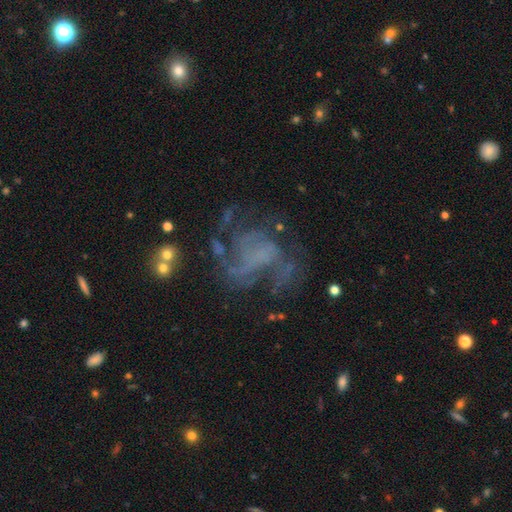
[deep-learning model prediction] Overall: featured or disk (71%). Edge-on disk: no (98%). Bar: no (67%). Spiral arms: yes (76%). Spiral arm count: can't tell (31%; 2 26%). Spiral winding: medium (42%; loose 35%). Bulge size: none (71%). Merging: none (47%; major disturbance 32%).